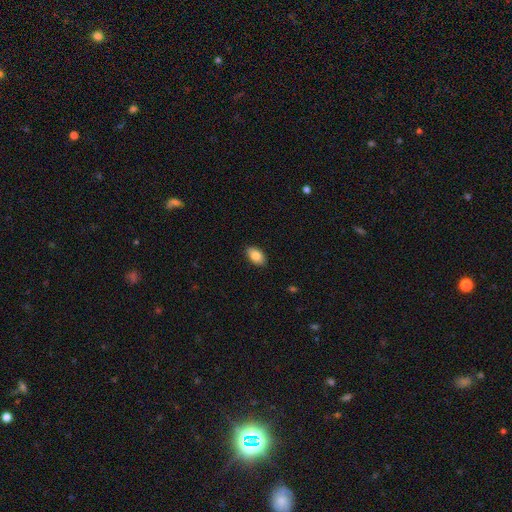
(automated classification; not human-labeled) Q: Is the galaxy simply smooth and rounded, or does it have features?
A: smooth — 83%.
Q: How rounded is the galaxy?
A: in between — 92%.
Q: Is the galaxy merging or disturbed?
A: none — 89%.